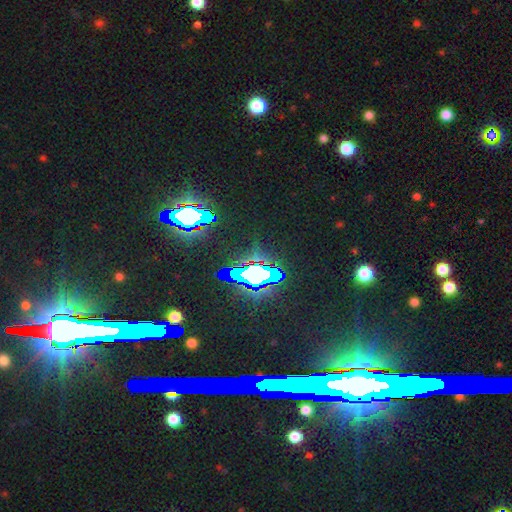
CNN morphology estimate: A star or artifact, not a galaxy (81%).

Vote fractions:
- Smooth or featured? star or artifact: 81% / featured or disk: 10% / smooth: 9%